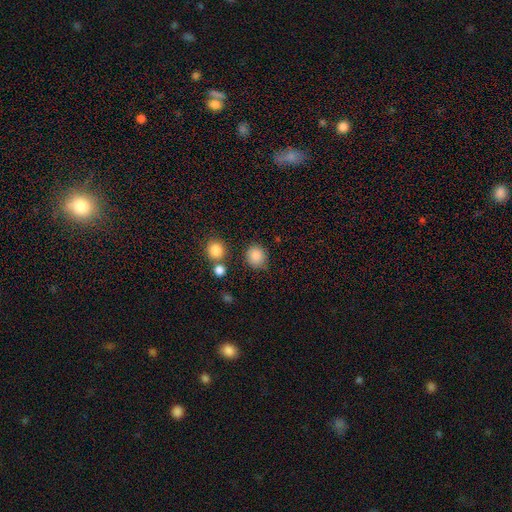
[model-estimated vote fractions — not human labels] A smooth galaxy with no disk features (86%) that is round (81%). Merging: none (78%).